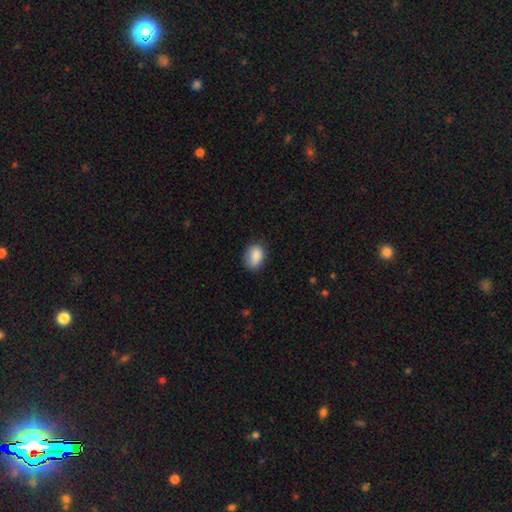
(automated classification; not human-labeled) A smooth galaxy with no disk features (87%) that is in between round and cigar-shaped (76%).

Vote fractions:
- Smooth or featured? smooth: 87% / star or artifact: 8% / featured or disk: 5%
- How rounded? in between: 76% / round: 23% / cigar-shaped: 1%
- Merging? none: 74% / minor disturbance: 21% / major disturbance: 4% / merger: 1%